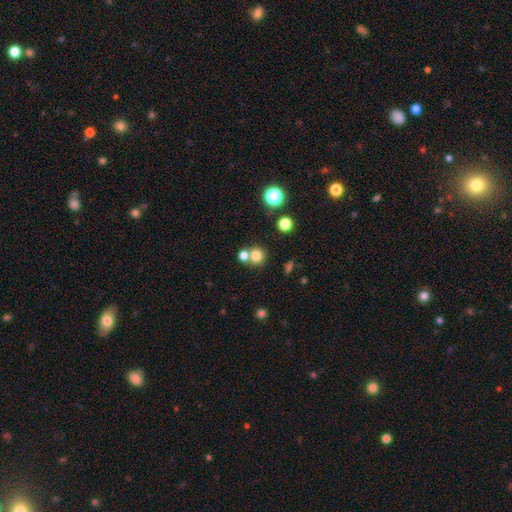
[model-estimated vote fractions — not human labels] This appears to be a smooth galaxy with no disk features (77%) that is round (89%). Merging: none (62%).